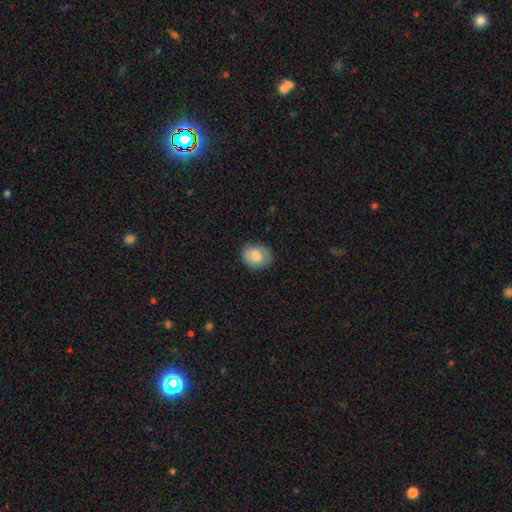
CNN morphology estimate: Q: Smooth or featured?
A: smooth (74%); runner-up: featured or disk (19%)
Q: How rounded?
A: round (56%); runner-up: in between (43%)
Q: Merging?
A: none (83%); runner-up: minor disturbance (13%)